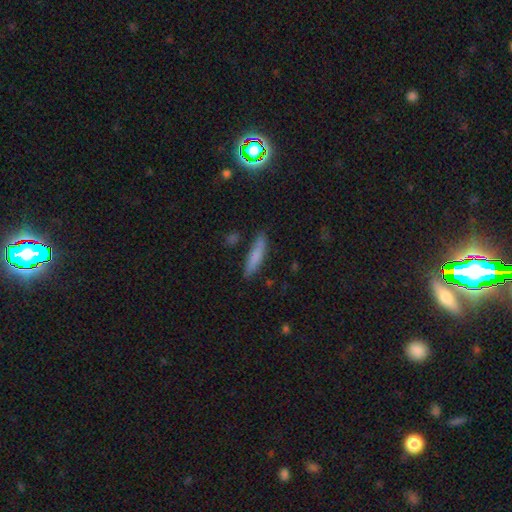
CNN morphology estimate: This is likely a smooth galaxy (78%). How rounded: clearly cigar-shaped (82%). Merging: clearly none (80%).